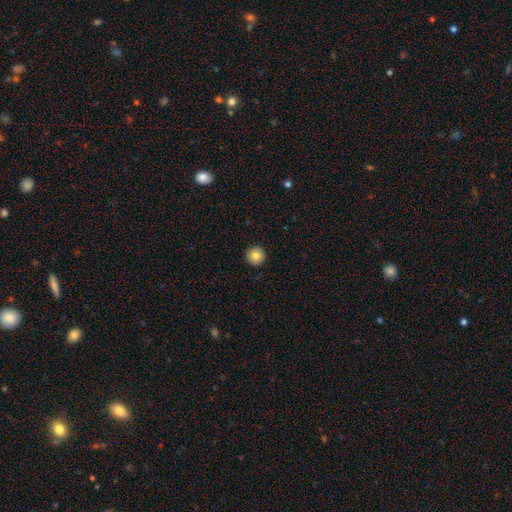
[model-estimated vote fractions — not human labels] Q: Smooth or featured?
A: smooth (82%); runner-up: featured or disk (9%)
Q: How rounded?
A: round (96%); runner-up: in between (3%)
Q: Merging?
A: none (93%); runner-up: minor disturbance (4%)